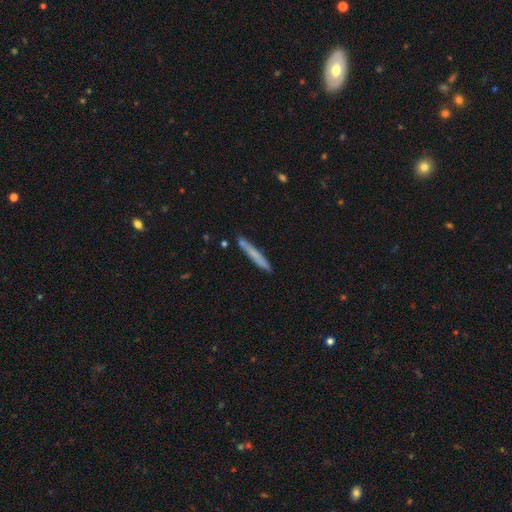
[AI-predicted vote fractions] This is likely a smooth galaxy (69%). How rounded: clearly cigar-shaped (96%). Merging: clearly none (83%).